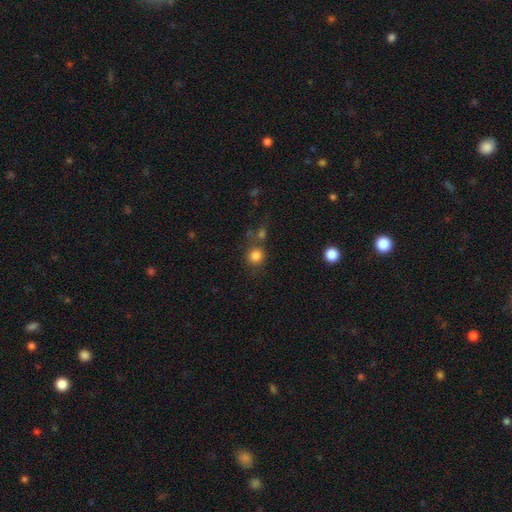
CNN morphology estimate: Overall: smooth (82%). How rounded: round (90%). Merging: none (69%).